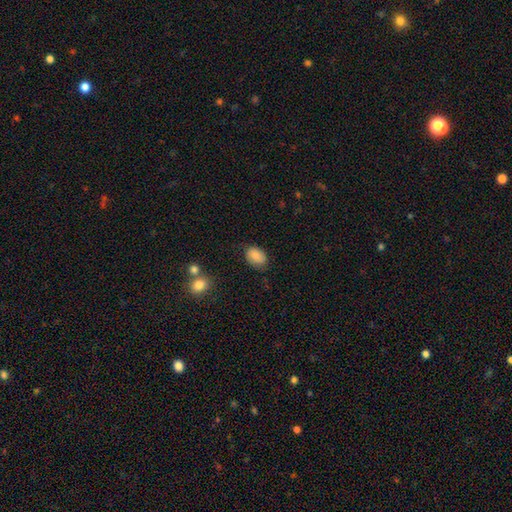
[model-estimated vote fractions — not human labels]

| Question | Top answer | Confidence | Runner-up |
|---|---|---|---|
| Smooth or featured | smooth | 85% | star or artifact (8%) |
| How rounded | in between | 82% | round (16%) |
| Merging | none | 75% | minor disturbance (19%) |